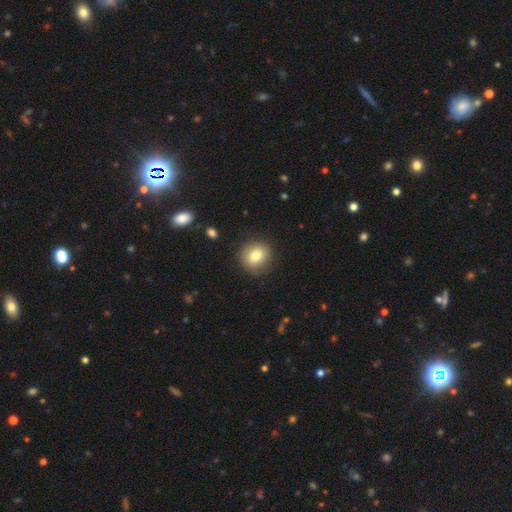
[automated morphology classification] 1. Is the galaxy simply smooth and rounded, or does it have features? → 79% smooth, 11% featured or disk, 9% star or artifact.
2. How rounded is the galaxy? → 83% round, 16% in between, 1% cigar-shaped.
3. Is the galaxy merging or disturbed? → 86% none, 10% minor disturbance, 3% major disturbance, 1% merger.